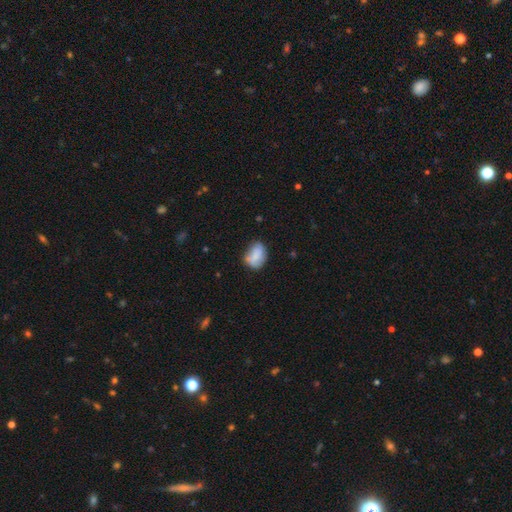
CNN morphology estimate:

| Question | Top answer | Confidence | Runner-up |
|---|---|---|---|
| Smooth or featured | smooth | 75% | featured or disk (17%) |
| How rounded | in between | 74% | round (25%) |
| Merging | none | 53% | minor disturbance (32%) |